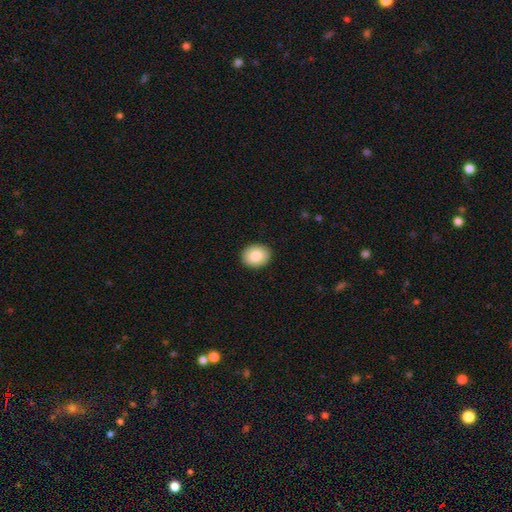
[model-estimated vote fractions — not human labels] This appears to be a smooth galaxy with no disk features (84%) that is round (51%). Merging: none (91%).